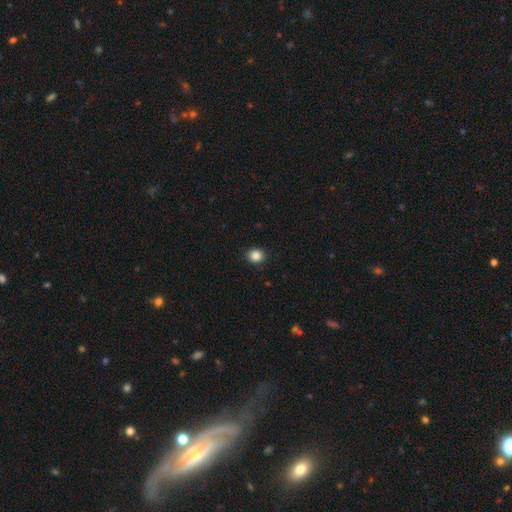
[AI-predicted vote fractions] Smooth or featured: smooth — 86% (star or artifact — 10%)
How rounded: round — 71% (in between — 29%)
Merging: none — 90% (minor disturbance — 7%)